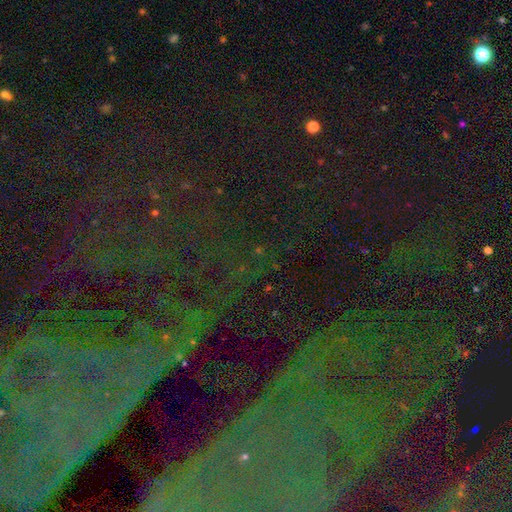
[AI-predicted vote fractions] A star or artifact, not a galaxy (79%).

Vote fractions:
- Smooth or featured? star or artifact: 79% / featured or disk: 11% / smooth: 10%